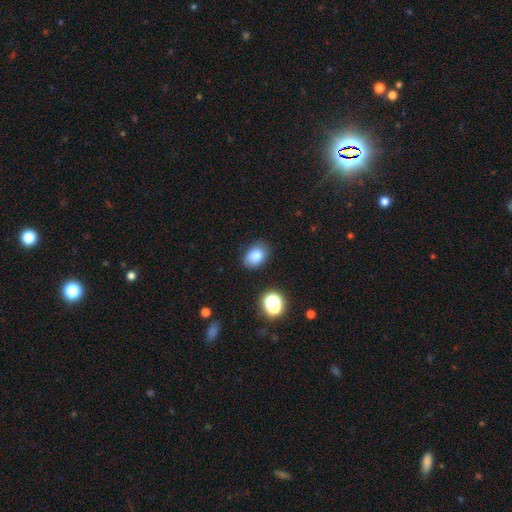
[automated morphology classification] Overall: smooth (83%). How rounded: in between (74%). Merging: none (81%).